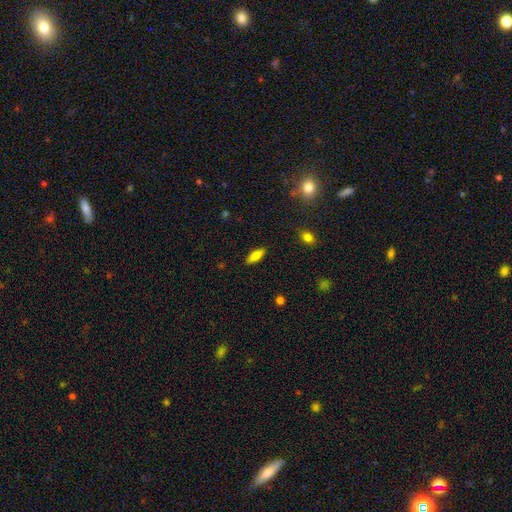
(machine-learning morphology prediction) smooth 79%, featured or disk 14%, star or artifact 8%. Down the decision tree: how rounded — in between (66%); merging — none (88%).